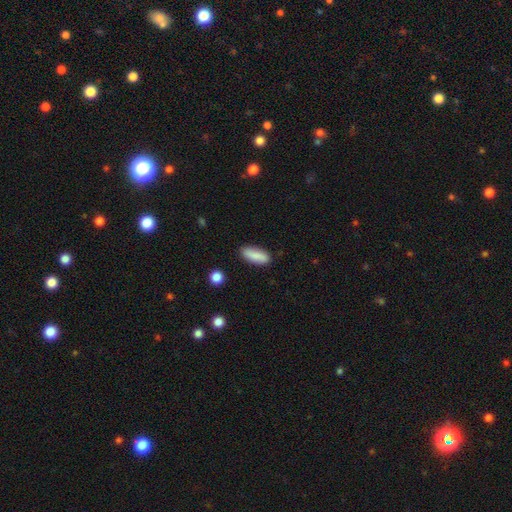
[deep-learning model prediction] Smooth or featured: smooth — 85% (featured or disk — 9%)
How rounded: in between — 66% (cigar-shaped — 32%)
Merging: none — 84% (minor disturbance — 12%)